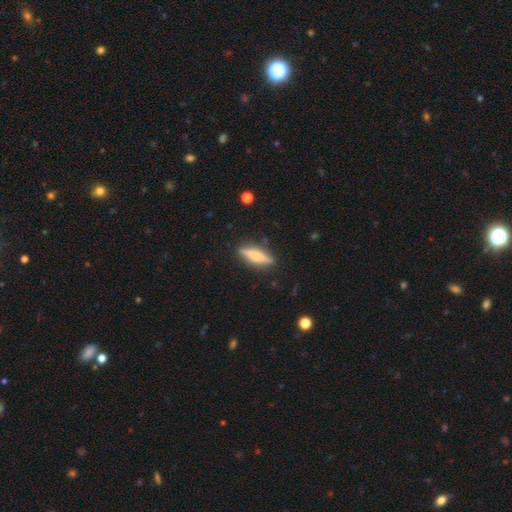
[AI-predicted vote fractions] This appears to be a featured or disk galaxy (50%) viewed edge-on (94%). Merging: none (86%).